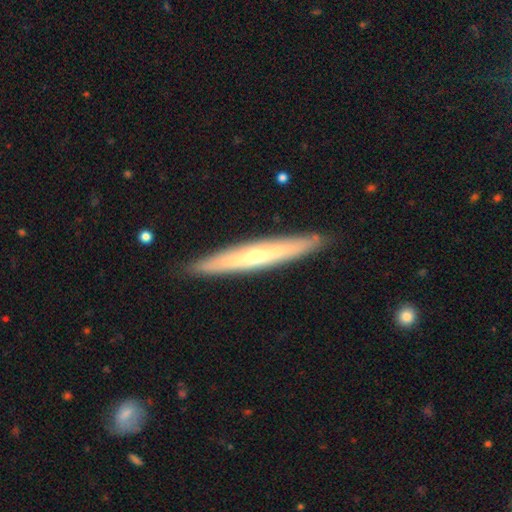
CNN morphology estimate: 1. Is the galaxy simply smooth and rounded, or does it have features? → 63% featured or disk, 32% smooth, 6% star or artifact.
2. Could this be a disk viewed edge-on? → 90% yes, 10% no.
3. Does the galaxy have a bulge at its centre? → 72% rounded, 24% none, 3% boxy.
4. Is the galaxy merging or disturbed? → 90% none, 8% minor disturbance, 2% major disturbance, 1% merger.